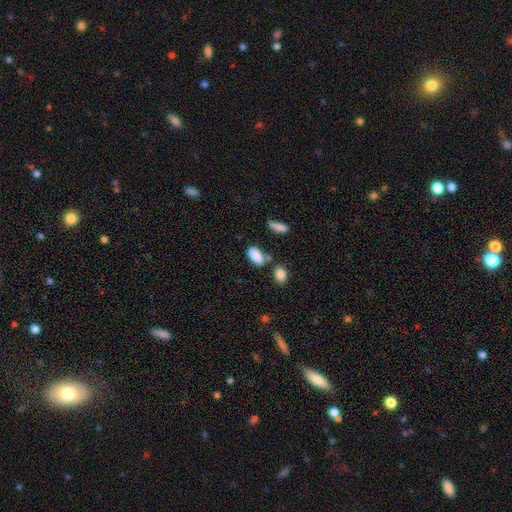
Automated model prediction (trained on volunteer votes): Q: Smooth or featured?
A: smooth (86%); runner-up: star or artifact (8%)
Q: How rounded?
A: in between (86%); runner-up: cigar-shaped (10%)
Q: Merging?
A: none (64%); runner-up: minor disturbance (17%)